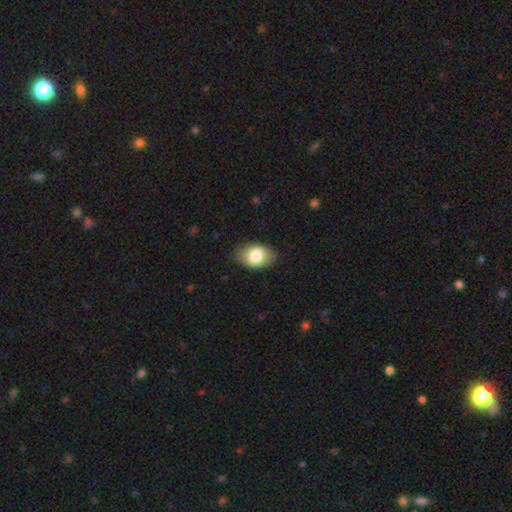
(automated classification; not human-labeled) The model was most divided on "smooth or featured": smooth: 78%, featured or disk: 15%, star or artifact: 7%. More confident: how rounded — in between (87%); merging — none (84%).